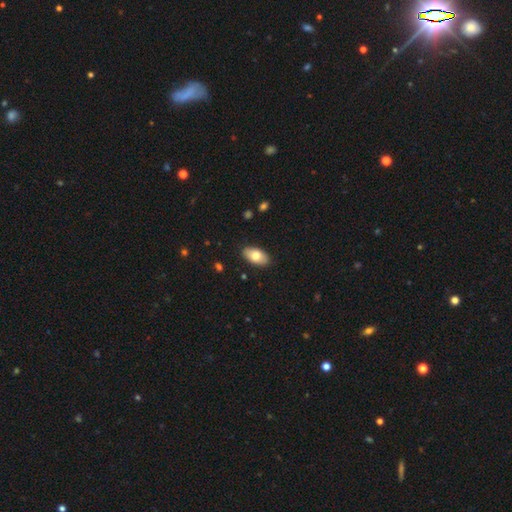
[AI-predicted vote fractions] smooth 76%, featured or disk 17%, star or artifact 6%. Down the decision tree: how rounded — in between (94%); merging — none (88%).